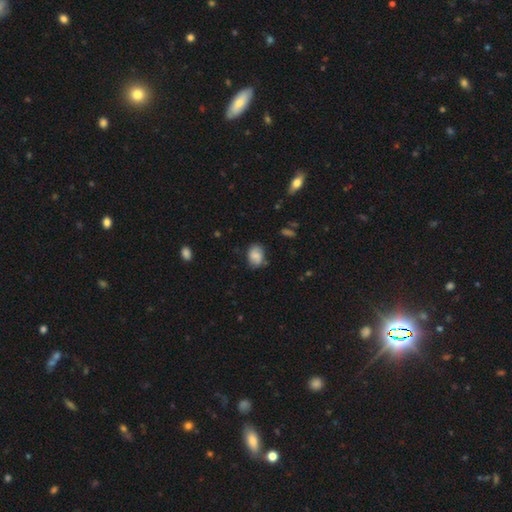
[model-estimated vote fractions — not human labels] Morphology: type=smooth (78%); roundness=in between (70%); merging=none (71%).